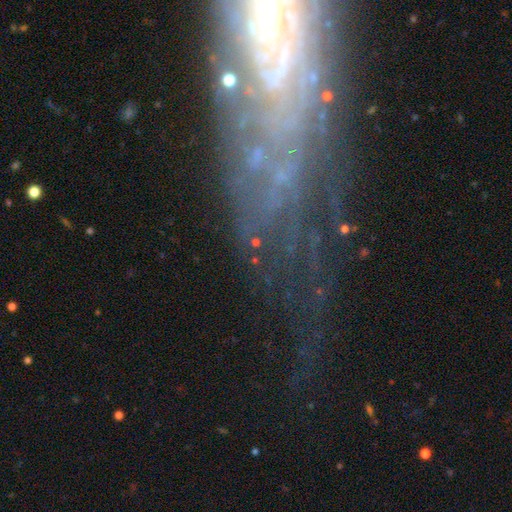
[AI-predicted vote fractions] Q: Smooth or featured?
A: featured or disk (67%); runner-up: star or artifact (18%)
Q: Edge-on disk?
A: no (79%); runner-up: yes (21%)
Q: Bar?
A: no (63%); runner-up: weak (22%)
Q: Spiral arms?
A: yes (68%); runner-up: no (32%)
Q: Bulge size?
A: small (49%); runner-up: moderate (23%)
Q: Merging?
A: none (58%); runner-up: major disturbance (19%)